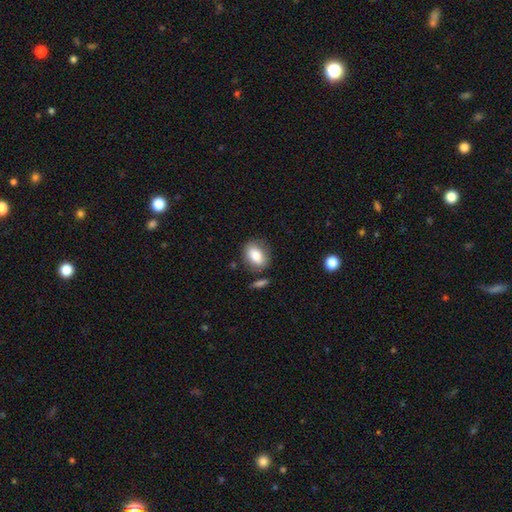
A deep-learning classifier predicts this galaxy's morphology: Overall: smooth (79%). How rounded: in between (72%). Merging: none (73%).